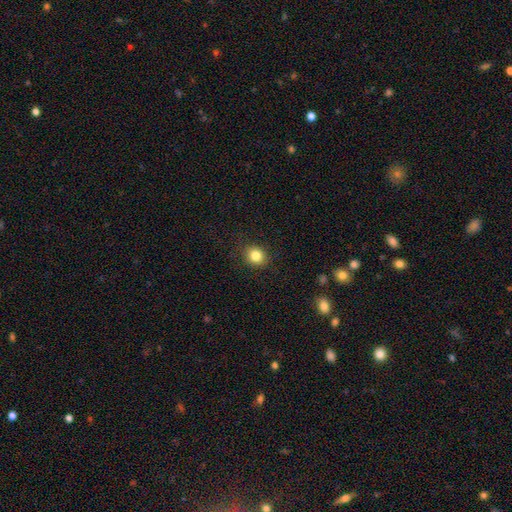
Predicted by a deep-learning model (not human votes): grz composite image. It shows a smooth galaxy with no disk features (84%) that is round (73%). Merging: none (88%).